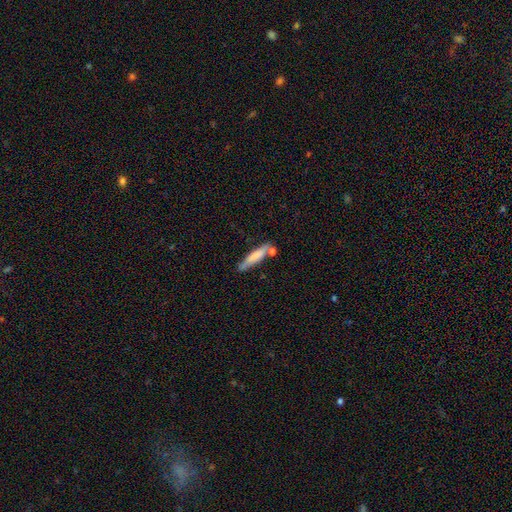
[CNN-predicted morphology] The model was most divided on "smooth or featured": smooth: 68%, featured or disk: 26%, star or artifact: 6%. More confident: how rounded — cigar-shaped (87%); merging — none (65%).